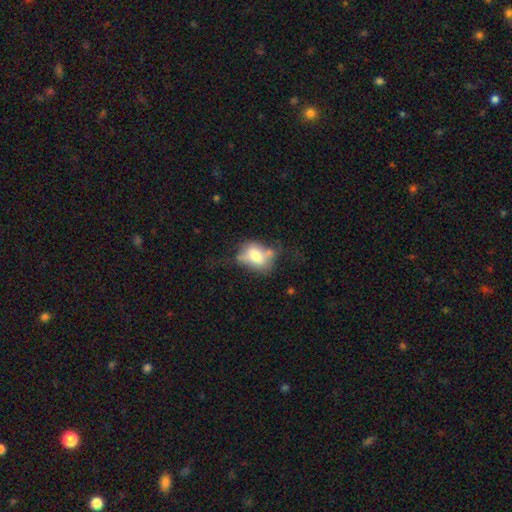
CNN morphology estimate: This is likely a smooth galaxy (66%). How rounded: likely in between (62%). Merging: marginally none (39%).